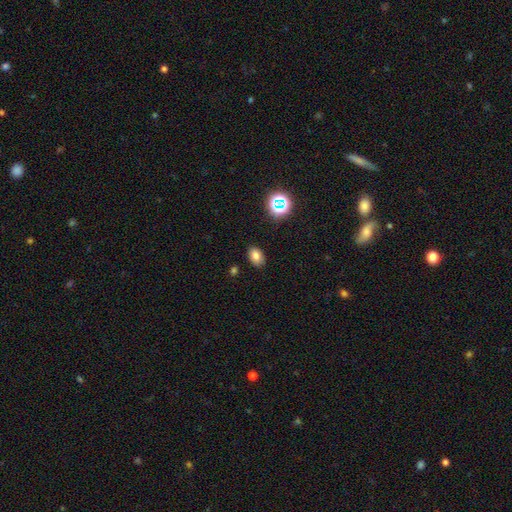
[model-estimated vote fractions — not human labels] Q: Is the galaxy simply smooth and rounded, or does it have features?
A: smooth — 78%.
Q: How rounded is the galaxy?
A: in between — 83%.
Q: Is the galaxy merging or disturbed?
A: none — 87%.